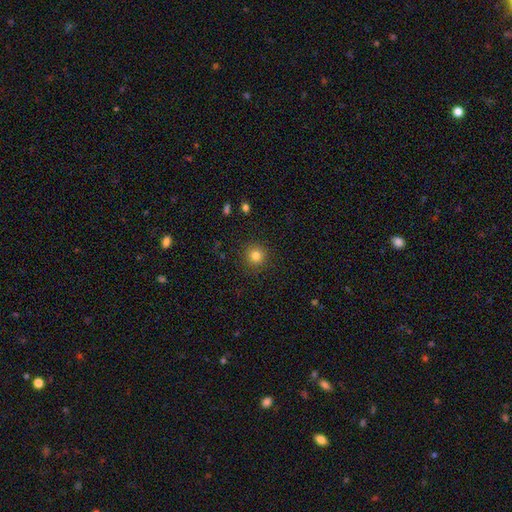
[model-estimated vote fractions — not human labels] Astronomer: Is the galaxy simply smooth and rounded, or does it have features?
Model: smooth — 81%.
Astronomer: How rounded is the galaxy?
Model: round — 94%.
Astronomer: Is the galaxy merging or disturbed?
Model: none — 90%.